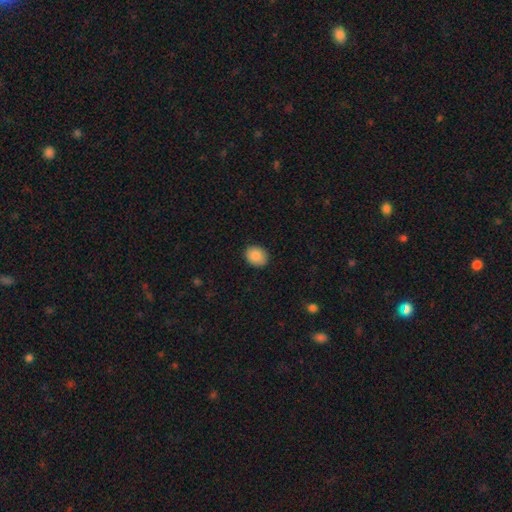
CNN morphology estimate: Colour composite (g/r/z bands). It shows a smooth galaxy with no disk features (88%) that is round (52%). Merging: none (89%).